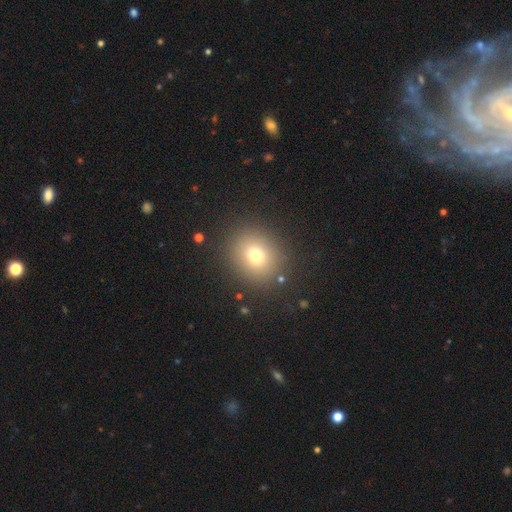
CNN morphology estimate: smooth 72%, star or artifact 17%, featured or disk 11%. Down the decision tree: how rounded — round (74%); merging — none (87%).